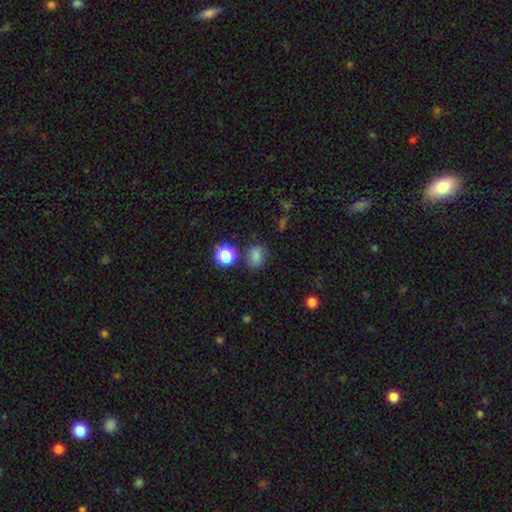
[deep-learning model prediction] This appears to be a smooth galaxy with no disk features (77%) that is round (57%). Merging: none (73%).